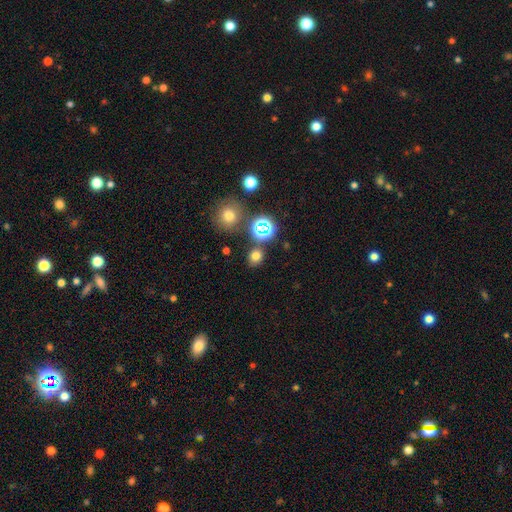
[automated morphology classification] Overall: smooth (69%). How rounded: round (74%). Merging: none (81%).